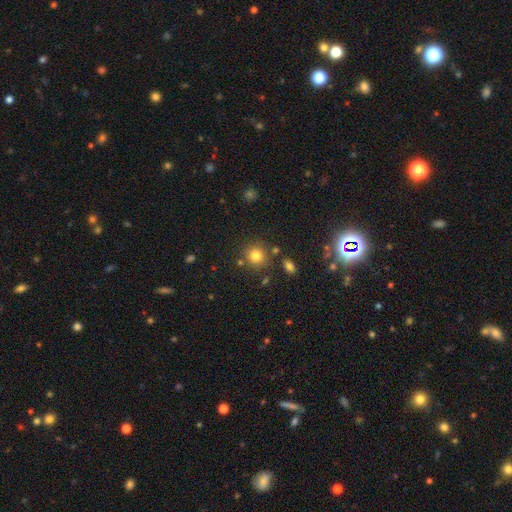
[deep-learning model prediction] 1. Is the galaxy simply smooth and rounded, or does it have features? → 81% smooth, 13% star or artifact, 7% featured or disk.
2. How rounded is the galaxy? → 89% round, 10% in between, 1% cigar-shaped.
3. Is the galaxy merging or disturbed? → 78% none, 10% minor disturbance, 8% merger, 4% major disturbance.